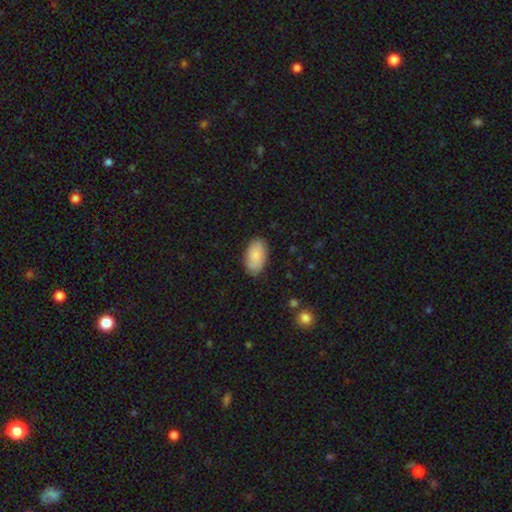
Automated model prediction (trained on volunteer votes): smooth-or-featured: smooth: 85% | featured or disk: 9% | star or artifact: 6%
  how-rounded: in between: 95% | round: 4% | cigar-shaped: 2%
  merging: none: 83% | minor disturbance: 13% | major disturbance: 3% | merger: 1%